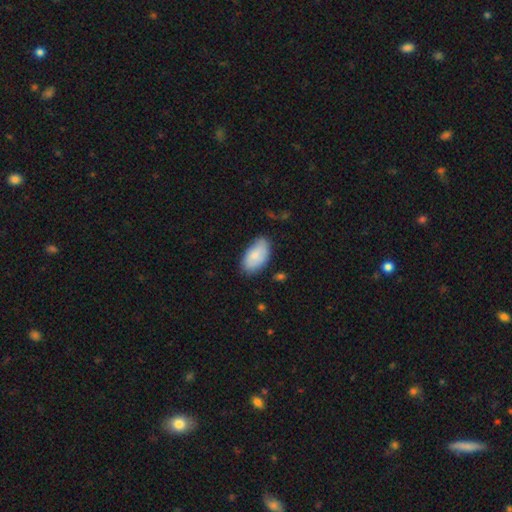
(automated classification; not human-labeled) Overall: smooth (77%). How rounded: in between (95%). Merging: none (74%).